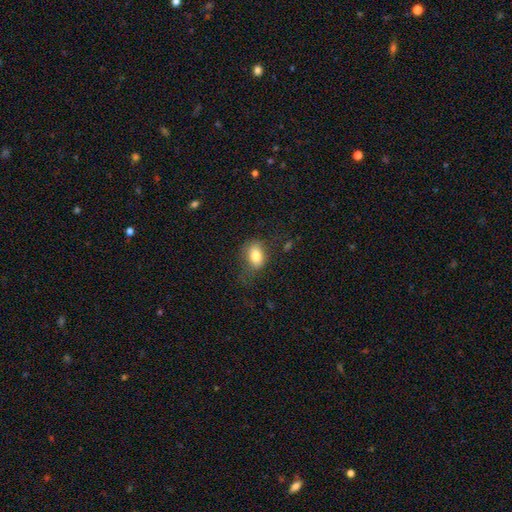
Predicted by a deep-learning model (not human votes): This is likely a smooth galaxy (78%). How rounded: clearly in between (80%). Merging: likely none (64%).